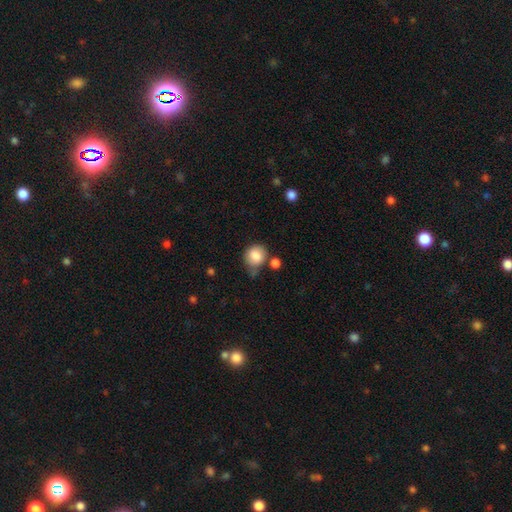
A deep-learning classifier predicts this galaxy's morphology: Q: Smooth or featured?
A: smooth (84%); runner-up: star or artifact (8%)
Q: How rounded?
A: round (78%); runner-up: in between (21%)
Q: Merging?
A: none (55%); runner-up: minor disturbance (25%)